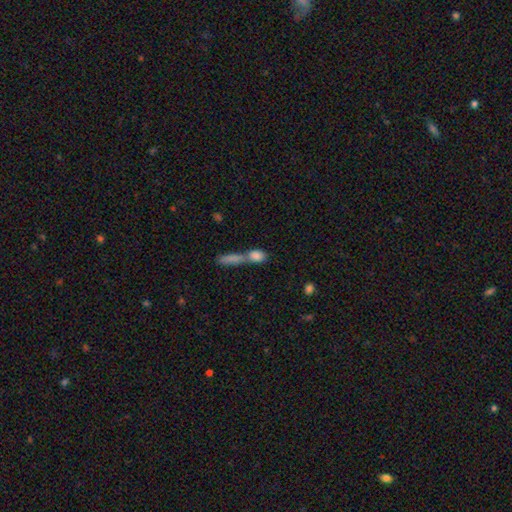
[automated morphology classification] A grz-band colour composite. It shows a smooth galaxy with no disk features (80%) that is in between round and cigar-shaped (61%). Merging: merger (62%).